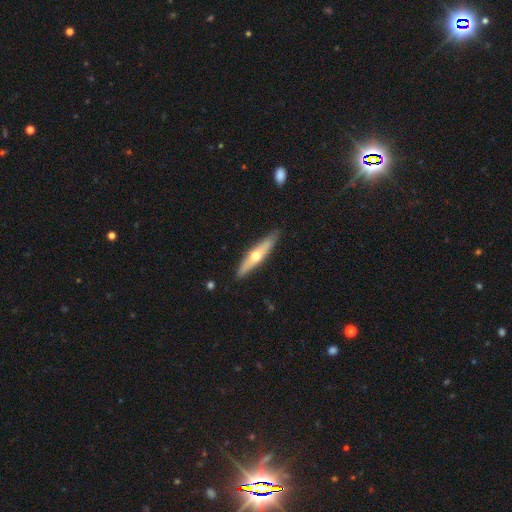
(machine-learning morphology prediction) smooth_or_featured: featured or disk (p=0.54) [alt: smooth p=0.41]
disk_edge_on: yes (p=0.86) [alt: no p=0.14]
merging: none (p=0.87) [alt: minor disturbance p=0.10]